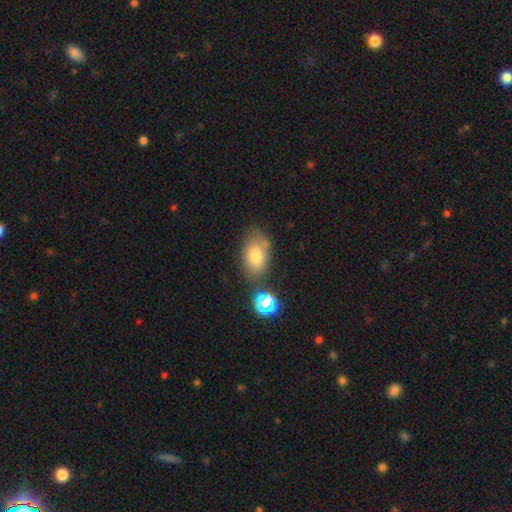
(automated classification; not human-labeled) Morphology: type=smooth (75%); roundness=in between (86%); merging=none (67%).